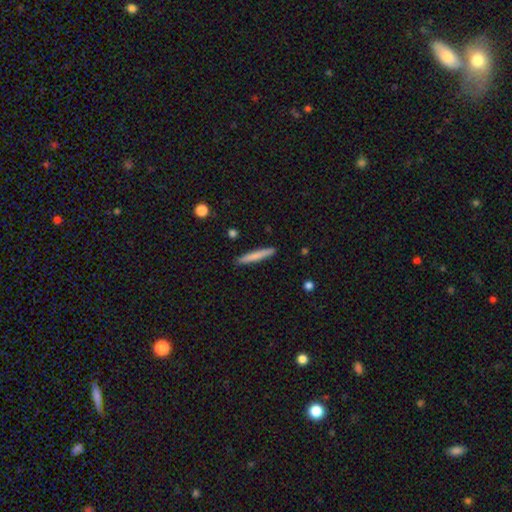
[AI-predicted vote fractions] smooth_or_featured: smooth (p=0.75) [alt: featured or disk p=0.20]
how_rounded: cigar-shaped (p=0.95) [alt: in between p=0.03]
merging: none (p=0.90) [alt: minor disturbance p=0.07]